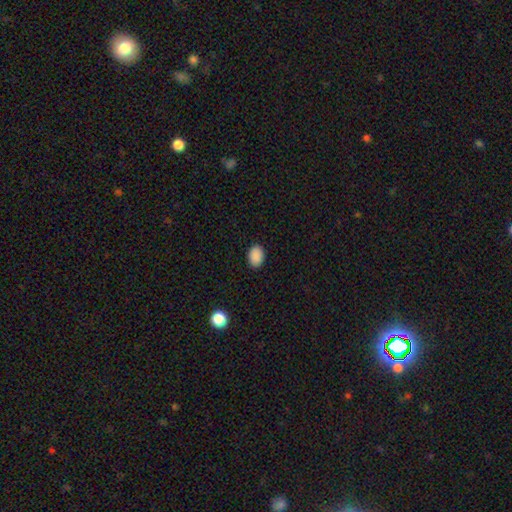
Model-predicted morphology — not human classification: A smooth galaxy with no disk features (89%) that is in between round and cigar-shaped (75%).

Vote fractions:
- Smooth or featured? smooth: 89% / star or artifact: 9% / featured or disk: 2%
- How rounded? in between: 75% / round: 24% / cigar-shaped: 1%
- Merging? none: 89% / minor disturbance: 8% / major disturbance: 2% / merger: 1%